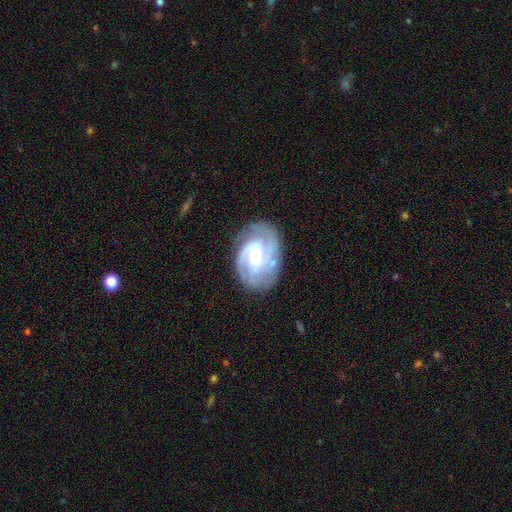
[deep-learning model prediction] This appears to be a featured or disk galaxy (87%) with no bar (54%), 3 (36%) tight (57%) spiral arms (97%) and a small central bulge (47%, tied with moderate). Merging: none (78%).